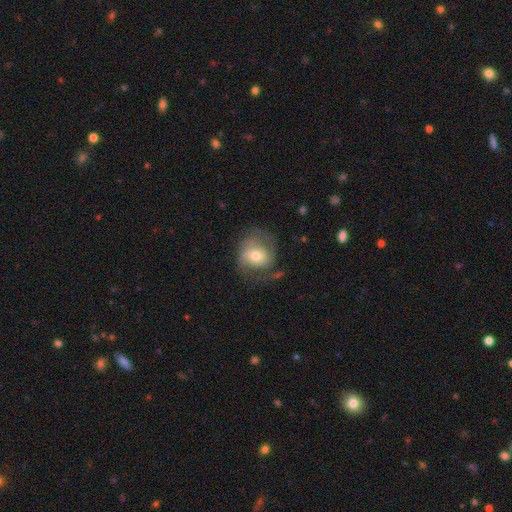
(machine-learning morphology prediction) Overall: featured or disk (47%; smooth 45%). Merging: none (50%; minor disturbance 26%).